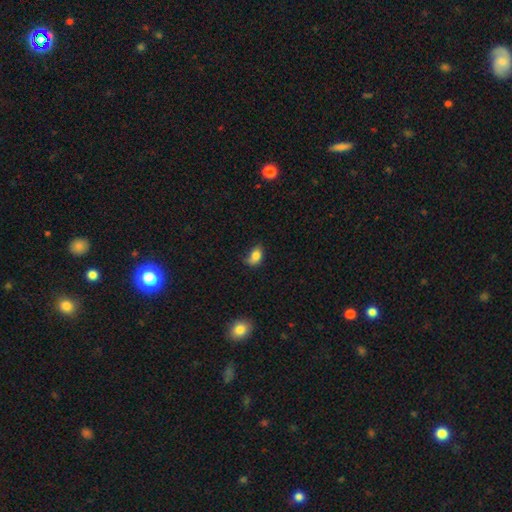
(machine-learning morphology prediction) smooth_or_featured: smooth (p=0.81) [alt: featured or disk p=0.10]
how_rounded: in between (p=0.81) [alt: round p=0.17]
merging: none (p=0.44) [alt: minor disturbance p=0.37]